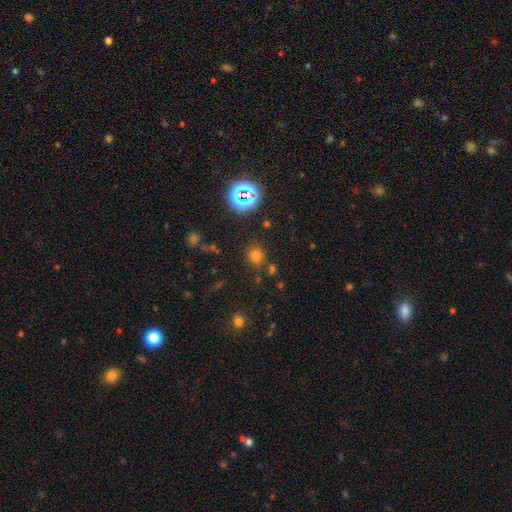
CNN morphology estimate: This is likely a smooth galaxy (67%). How rounded: clearly round (83%). Merging: clearly none (81%).